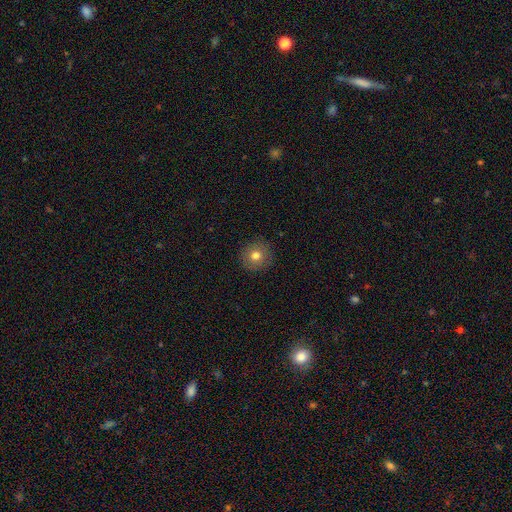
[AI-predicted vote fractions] This is likely a smooth galaxy (75%). How rounded: clearly round (94%). Merging: clearly none (90%).